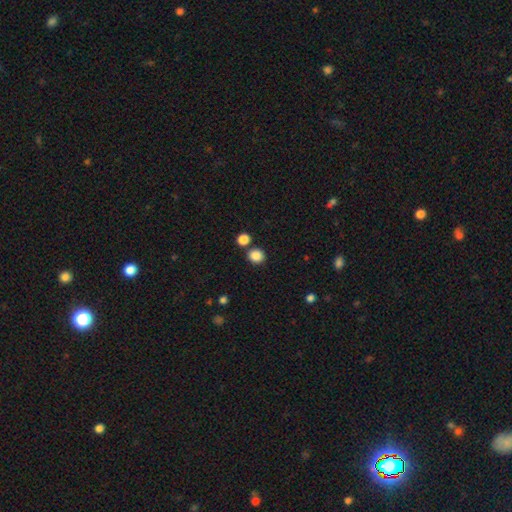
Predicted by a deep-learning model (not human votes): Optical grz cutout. It shows a smooth galaxy with no disk features (86%) that is round (80%). Merging: none (77%).